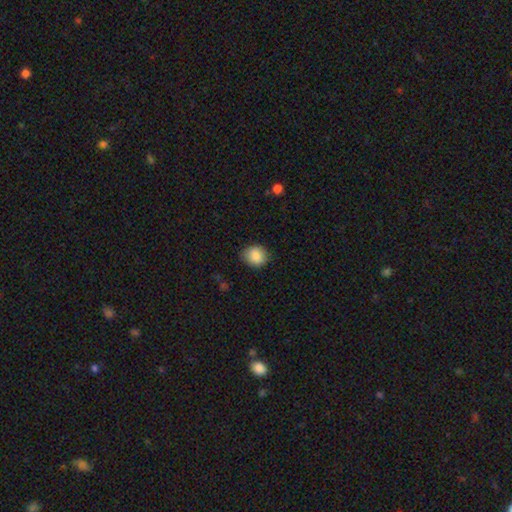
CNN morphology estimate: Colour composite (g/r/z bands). It shows a smooth galaxy with no disk features (88%) that is round (68%). Merging: none (83%).